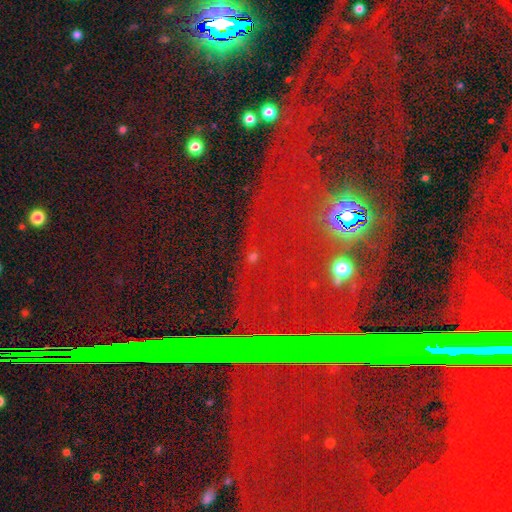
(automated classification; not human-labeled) Overall: star or artifact (86%).